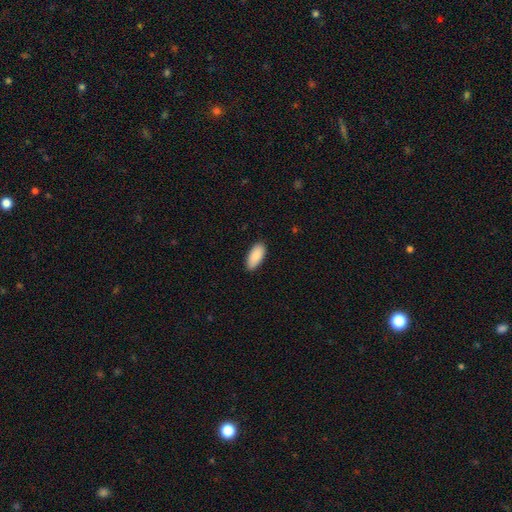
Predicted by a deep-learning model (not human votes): A smooth galaxy with no disk features (89%) that is in between round and cigar-shaped (91%).

Vote fractions:
- Smooth or featured? smooth: 89% / star or artifact: 6% / featured or disk: 5%
- How rounded? in between: 91% / cigar-shaped: 7% / round: 2%
- Merging? none: 88% / minor disturbance: 10% / major disturbance: 2% / merger: 1%